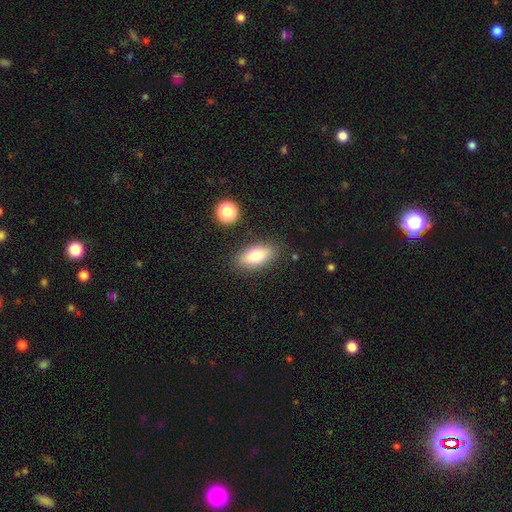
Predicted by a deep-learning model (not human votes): Smooth or featured? smooth (78%)
How rounded? in between (87%)
Merging? none (84%)